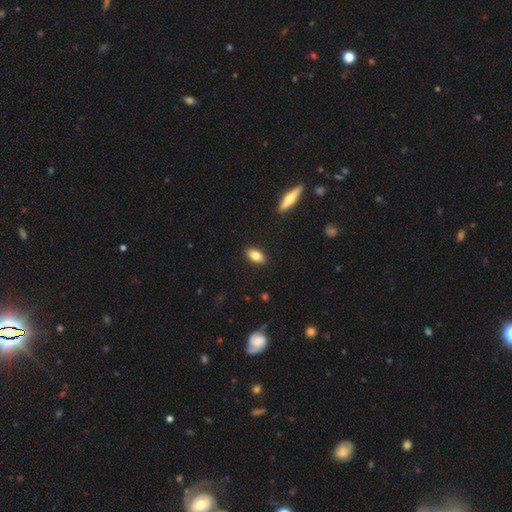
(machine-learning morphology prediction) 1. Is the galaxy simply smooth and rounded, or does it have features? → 79% smooth, 14% featured or disk, 7% star or artifact.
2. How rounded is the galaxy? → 87% in between, 8% cigar-shaped, 5% round.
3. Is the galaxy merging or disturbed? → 89% none, 8% minor disturbance, 2% major disturbance, 1% merger.